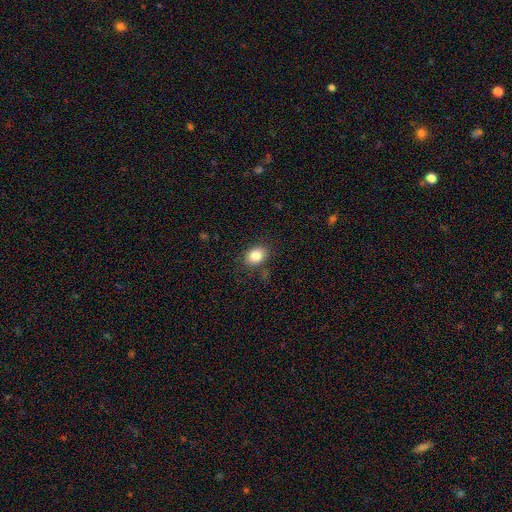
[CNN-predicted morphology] smooth_or_featured: smooth (p=0.84) [alt: star or artifact p=0.10]
how_rounded: in between (p=0.61) [alt: round p=0.38]
merging: none (p=0.79) [alt: minor disturbance p=0.14]